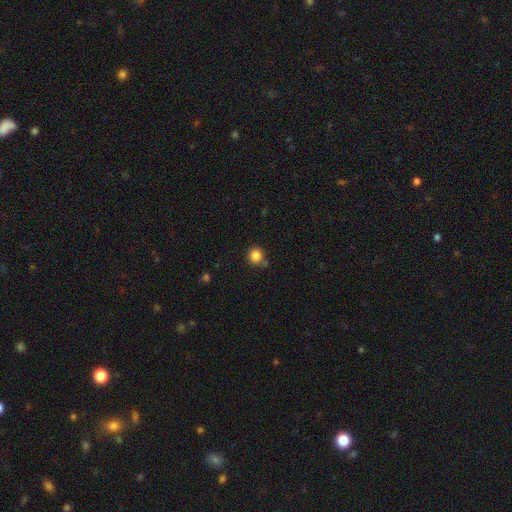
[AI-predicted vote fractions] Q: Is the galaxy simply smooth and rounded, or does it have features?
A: smooth — 85%.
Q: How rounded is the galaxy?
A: round — 91%.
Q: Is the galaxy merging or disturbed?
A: none — 78%.